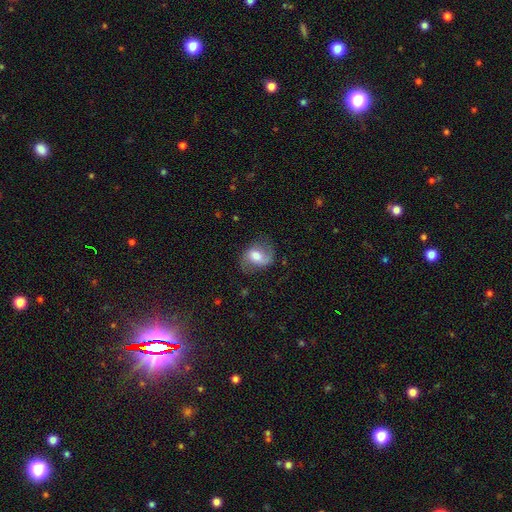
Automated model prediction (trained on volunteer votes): featured or disk 54%, smooth 38%, star or artifact 8%. Down the decision tree: edge-on disk — no (96%); bar — weak (44%); spiral arms — yes (85%); bulge size — moderate (61%); merging — none (66%).